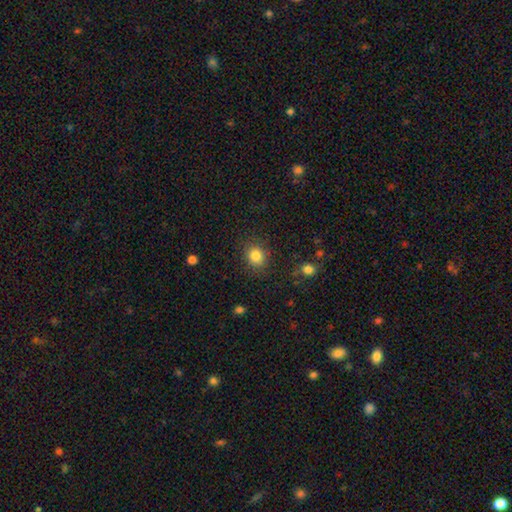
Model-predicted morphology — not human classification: Smooth or featured? smooth (83%)
How rounded? round (74%)
Merging? none (87%)